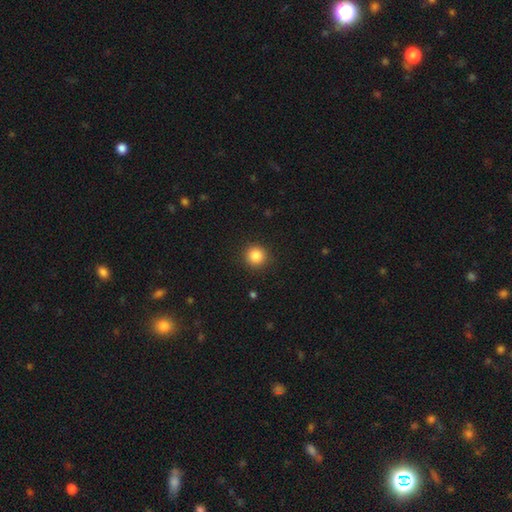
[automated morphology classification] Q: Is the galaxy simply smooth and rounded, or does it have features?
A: smooth — 86%.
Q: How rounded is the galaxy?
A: round — 94%.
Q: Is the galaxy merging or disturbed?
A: none — 91%.